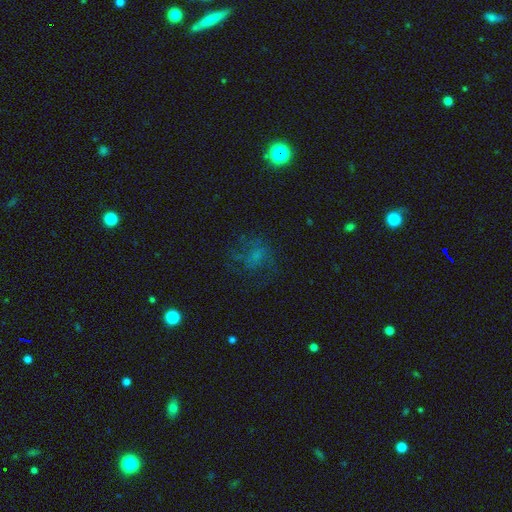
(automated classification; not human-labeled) Smooth or featured: smooth — 43% (featured or disk — 32%)
Merging: none — 54% (major disturbance — 26%)